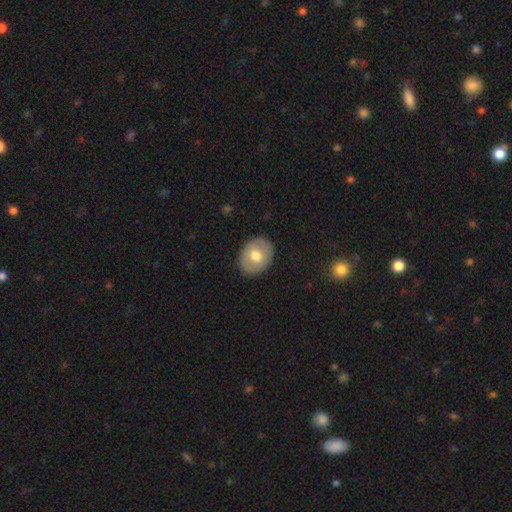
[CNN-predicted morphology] Q: Smooth or featured?
A: smooth (62%); runner-up: featured or disk (31%)
Q: How rounded?
A: in between (50%); runner-up: round (49%)
Q: Merging?
A: none (88%); runner-up: minor disturbance (9%)